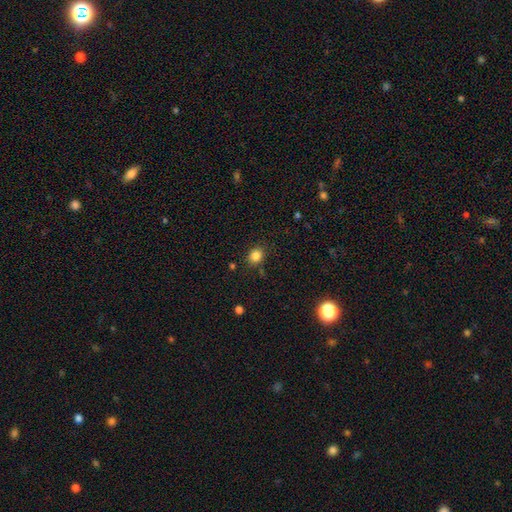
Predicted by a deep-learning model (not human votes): Smooth or featured? smooth (84%)
How rounded? round (65%)
Merging? none (84%)